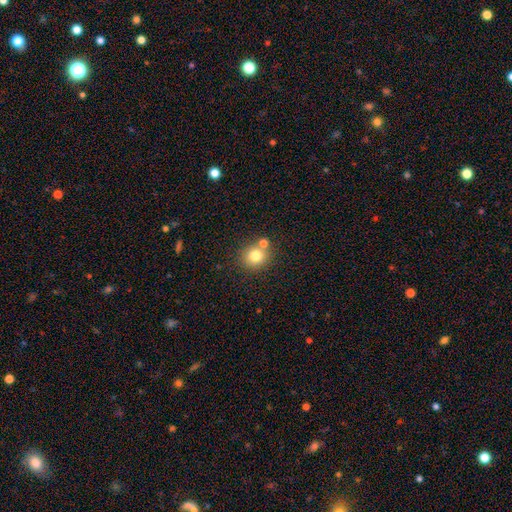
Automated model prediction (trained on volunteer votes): A smooth galaxy with no disk features (78%) that is round (85%).

Vote fractions:
- Smooth or featured? smooth: 78% / star or artifact: 13% / featured or disk: 10%
- How rounded? round: 85% / in between: 14% / cigar-shaped: 1%
- Merging? none: 70% / merger: 19% / minor disturbance: 9% / major disturbance: 3%